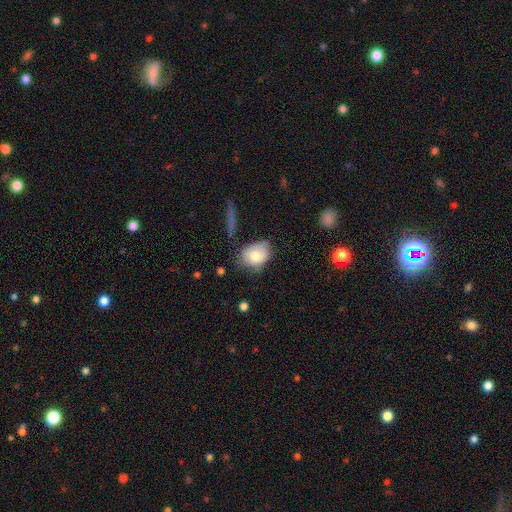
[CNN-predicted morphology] type=smooth (78%); roundness=in between (73%); merging=none (52%).